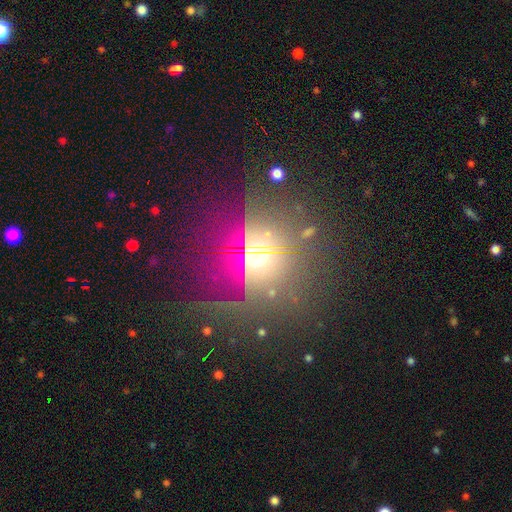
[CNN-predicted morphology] type=star or artifact (37%).